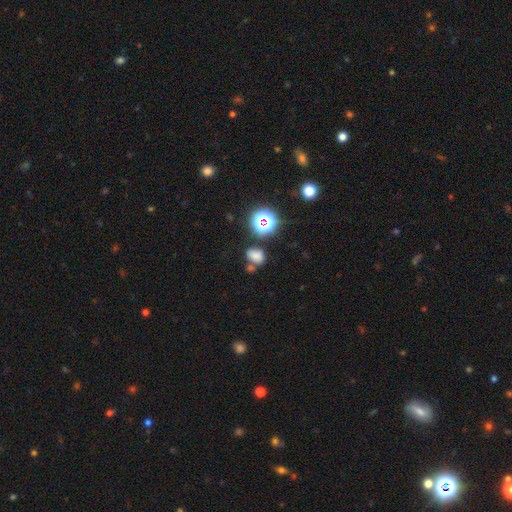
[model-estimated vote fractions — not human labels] smooth 71%, star or artifact 21%, featured or disk 8%. Down the decision tree: how rounded — in between (65%); merging — none (60%).